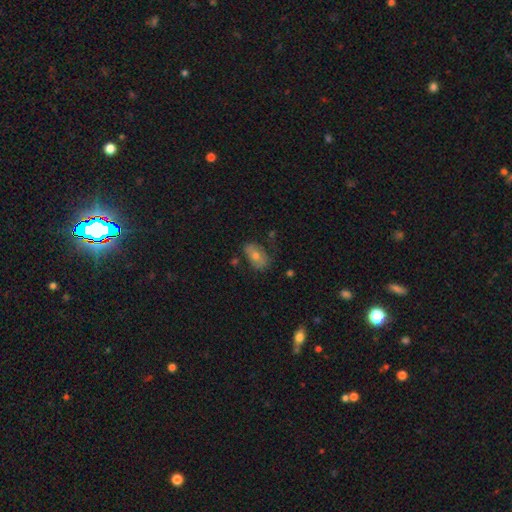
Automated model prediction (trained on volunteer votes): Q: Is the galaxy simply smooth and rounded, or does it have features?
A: smooth — 56%.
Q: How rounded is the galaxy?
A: in between — 86%.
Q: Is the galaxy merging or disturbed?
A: none — 68%.